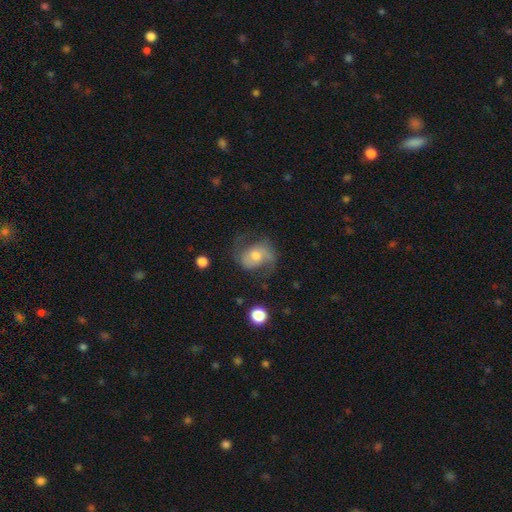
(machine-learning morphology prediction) A featured or disk galaxy (63%) with no bar (58%), 2 (80%) medium (45%) spiral arms (88%) and a moderate central bulge (63%).

Vote fractions:
- Smooth or featured? featured or disk: 63% / smooth: 28% / star or artifact: 8%
- Edge-on disk? no: 97% / yes: 3%
- Bar? no: 58% / weak: 33% / strong: 9%
- Spiral arms? yes: 88% / no: 12%
- Spiral winding? medium: 45% / loose: 39% / tight: 16%
- Spiral arm count? 2: 80% / 1: 9% / can't tell: 8% / 3: 1% / 4: 1% / more than 4: 1%
- Bulge size? moderate: 63% / small: 25% / large: 9% / none: 2% / dominant: 1%
- Merging? none: 57% / minor disturbance: 23% / major disturbance: 18% / merger: 2%